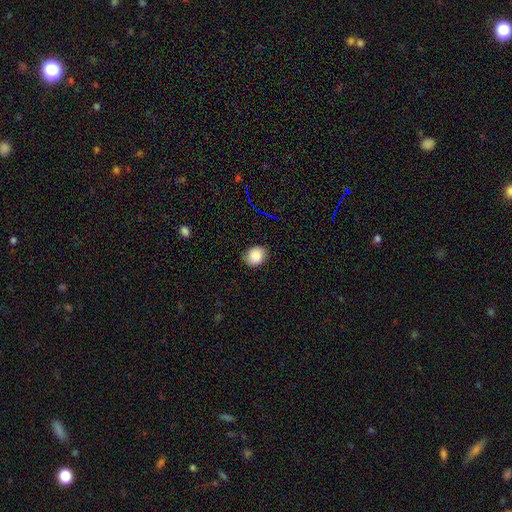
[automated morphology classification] This appears to be a smooth galaxy with no disk features (86%) that is round (58%). Merging: none (84%).